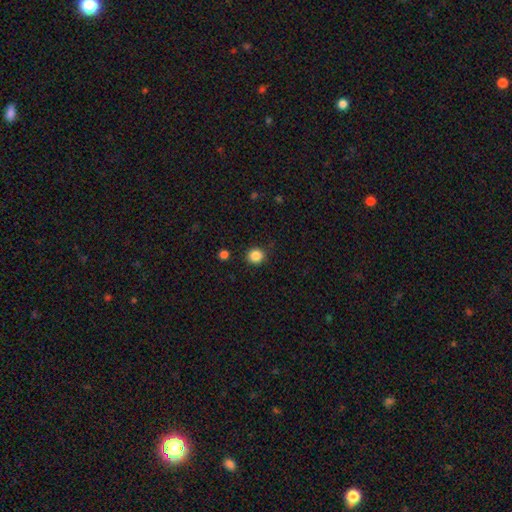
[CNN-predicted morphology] A smooth galaxy with no disk features (85%) that is round (90%).

Vote fractions:
- Smooth or featured? smooth: 85% / star or artifact: 11% / featured or disk: 4%
- How rounded? round: 90% / in between: 9% / cigar-shaped: 1%
- Merging? none: 88% / minor disturbance: 8% / major disturbance: 2% / merger: 2%